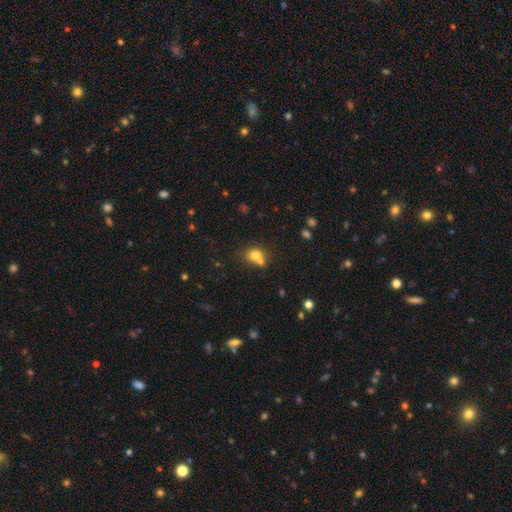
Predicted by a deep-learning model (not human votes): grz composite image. It shows a smooth galaxy with no disk features (73%) that is round (61%). Merging: merger (48%).